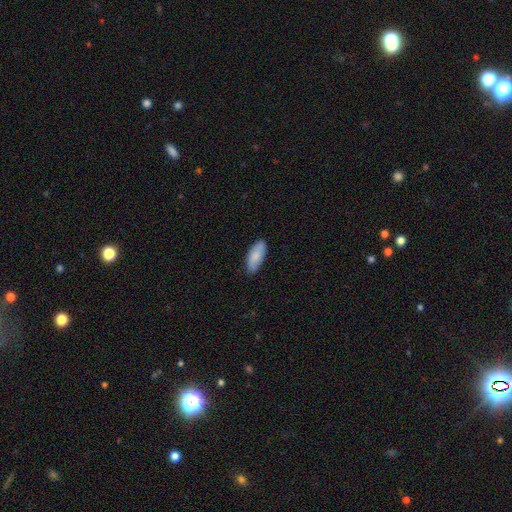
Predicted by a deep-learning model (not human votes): This appears to be a smooth galaxy with no disk features (81%) that is in between round and cigar-shaped (84%). Merging: none (83%).